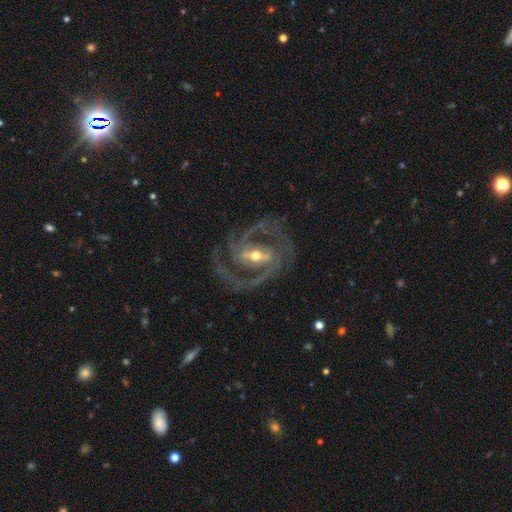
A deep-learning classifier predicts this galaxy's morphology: Overall: featured or disk (92%). Edge-on disk: no (97%). Bar: strong (58%; weak 31%). Spiral arms: yes (98%). Spiral arm count: 2 (82%). Spiral winding: medium (56%; tight 36%). Bulge size: moderate (50%; small 46%). Merging: none (77%).